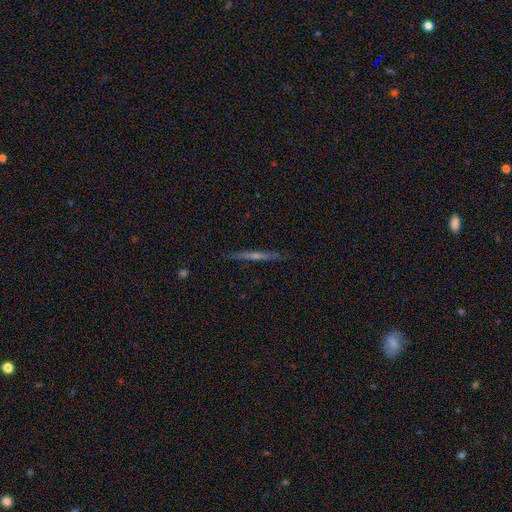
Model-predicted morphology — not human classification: Overall: featured or disk (61%; smooth 21%). Edge-on disk: yes (93%). Edge-on bulge: rounded (62%; none 27%). Merging: none (89%).